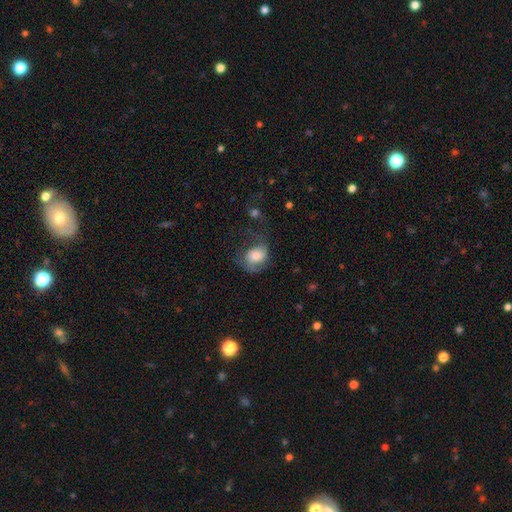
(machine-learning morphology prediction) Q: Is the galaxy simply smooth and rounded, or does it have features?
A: smooth — 65%.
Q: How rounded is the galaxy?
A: in between — 54%.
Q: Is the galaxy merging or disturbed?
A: major disturbance — 37%.